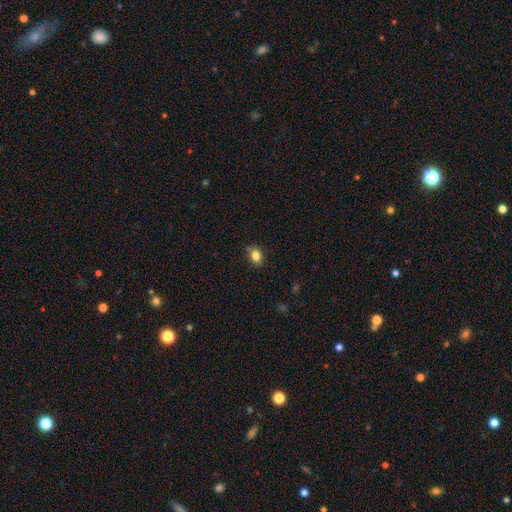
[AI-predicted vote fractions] This appears to be a smooth galaxy with no disk features (82%) that is in between round and cigar-shaped (70%). Merging: none (78%).